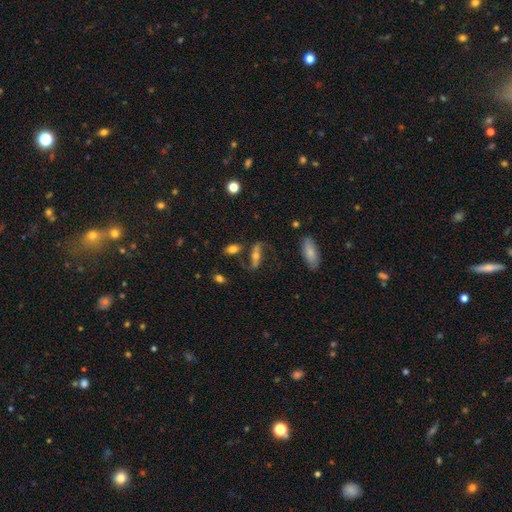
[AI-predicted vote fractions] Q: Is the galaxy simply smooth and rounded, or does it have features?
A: featured or disk — 72%.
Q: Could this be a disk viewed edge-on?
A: no — 76%.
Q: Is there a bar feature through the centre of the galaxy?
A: no — 38%.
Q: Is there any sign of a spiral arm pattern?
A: yes — 87%.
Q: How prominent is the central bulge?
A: moderate — 52%.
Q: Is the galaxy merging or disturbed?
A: none — 68%.